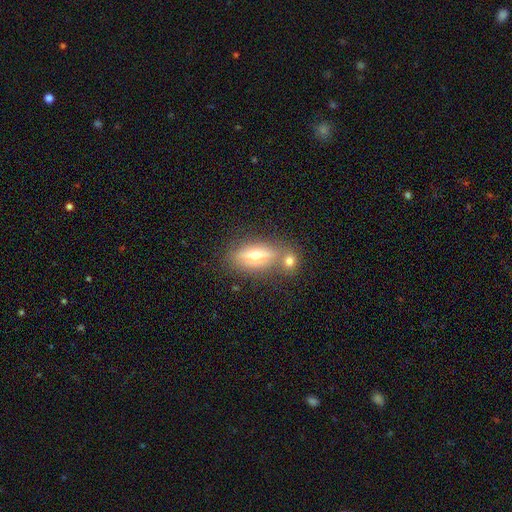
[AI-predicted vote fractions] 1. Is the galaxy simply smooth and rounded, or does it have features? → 47% smooth, 43% featured or disk, 9% star or artifact.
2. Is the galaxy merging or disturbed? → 53% none, 30% merger, 12% minor disturbance, 5% major disturbance.